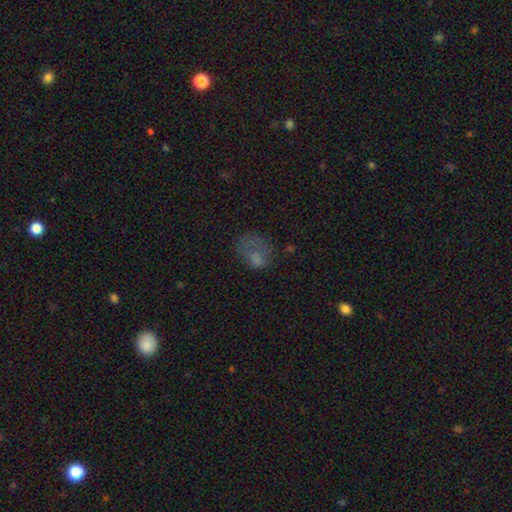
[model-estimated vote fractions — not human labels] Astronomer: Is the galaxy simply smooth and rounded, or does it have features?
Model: smooth — 64%.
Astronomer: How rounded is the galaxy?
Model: in between — 60% (runner-up: round, 38%).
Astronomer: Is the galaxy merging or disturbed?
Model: major disturbance — 40% (runner-up: none, 31%).